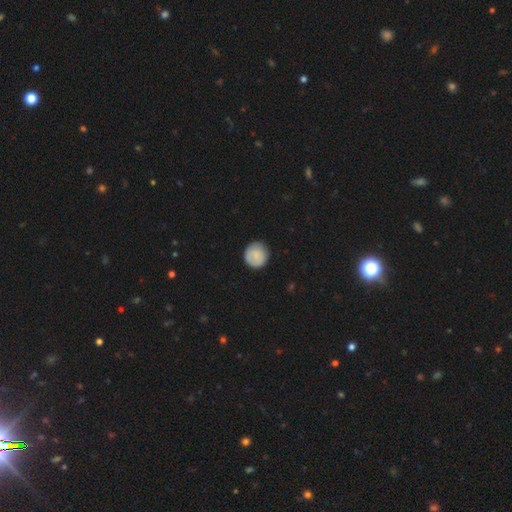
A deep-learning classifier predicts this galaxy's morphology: smooth_or_featured: smooth (p=0.82) [alt: featured or disk p=0.11]
how_rounded: round (p=0.92) [alt: in between p=0.07]
merging: none (p=0.85) [alt: minor disturbance p=0.12]